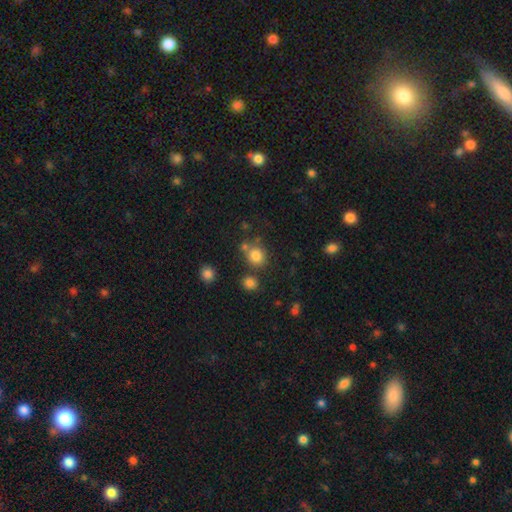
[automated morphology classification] smooth_or_featured: smooth (p=0.80) [alt: star or artifact p=0.13]
how_rounded: round (p=0.81) [alt: in between p=0.18]
merging: none (p=0.67) [alt: merger p=0.17]